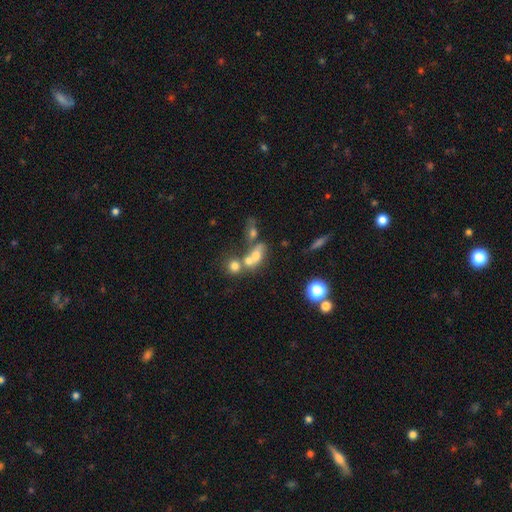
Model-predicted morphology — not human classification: This appears to be a smooth galaxy with no disk features (61%) that is in between round and cigar-shaped (57%). Merging: merger (58%).